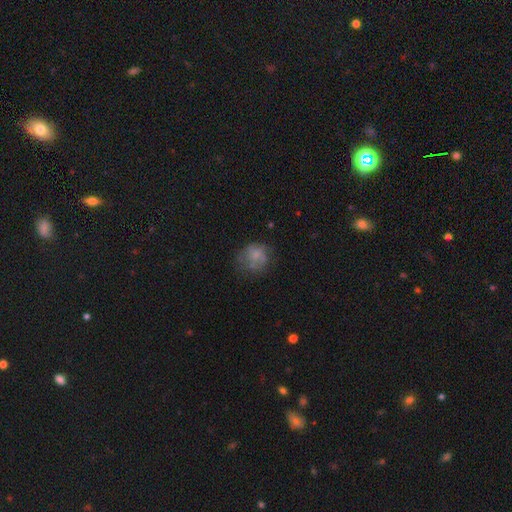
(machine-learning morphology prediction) A smooth galaxy with no disk features (55%) that is round (74%).

Vote fractions:
- Smooth or featured? smooth: 55% / featured or disk: 34% / star or artifact: 11%
- How rounded? round: 74% / in between: 25% / cigar-shaped: 1%
- Merging? none: 52% / minor disturbance: 24% / major disturbance: 19% / merger: 4%